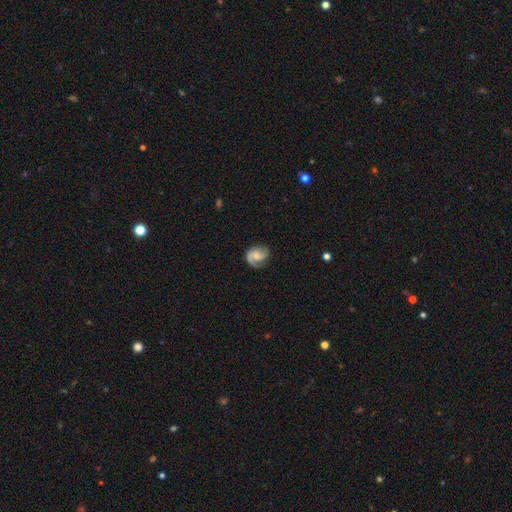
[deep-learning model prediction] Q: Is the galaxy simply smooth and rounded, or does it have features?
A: featured or disk — 77%.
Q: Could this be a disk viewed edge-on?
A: no — 98%.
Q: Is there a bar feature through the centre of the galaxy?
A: no — 56%.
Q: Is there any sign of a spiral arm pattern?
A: yes — 96%.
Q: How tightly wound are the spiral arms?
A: medium — 48%.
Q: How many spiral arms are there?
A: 2 — 77%.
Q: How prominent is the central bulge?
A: small — 41%.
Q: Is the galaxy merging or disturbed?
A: none — 71%.